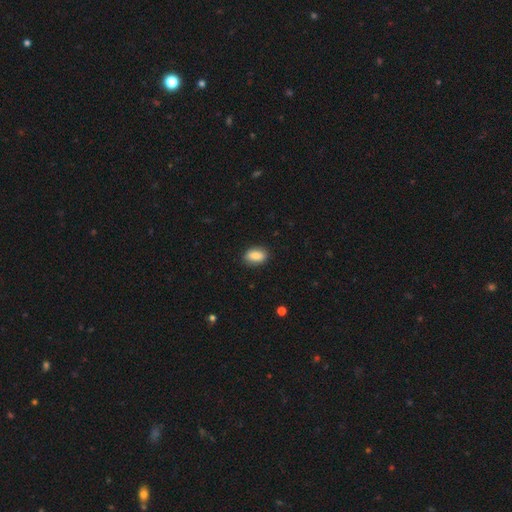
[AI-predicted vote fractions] Smooth or featured?
  - smooth: 88% *
  - star or artifact: 7%
  - featured or disk: 5%
How rounded?
  - in between: 88% *
  - round: 9%
  - cigar-shaped: 2%
Merging?
  - none: 86% *
  - minor disturbance: 10%
  - major disturbance: 2%
  - merger: 1%